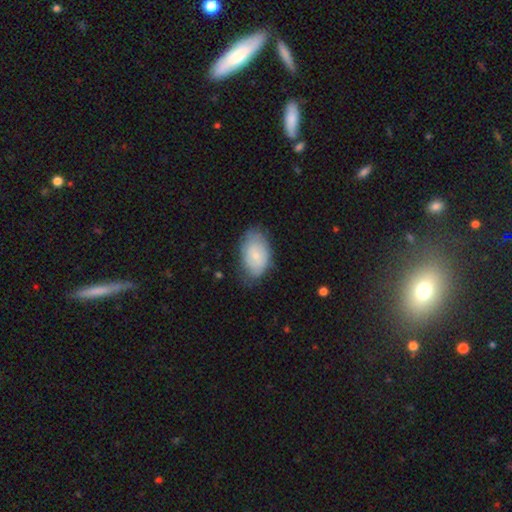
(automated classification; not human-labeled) Smooth or featured? smooth (69%)
How rounded? in between (92%)
Merging? none (67%)